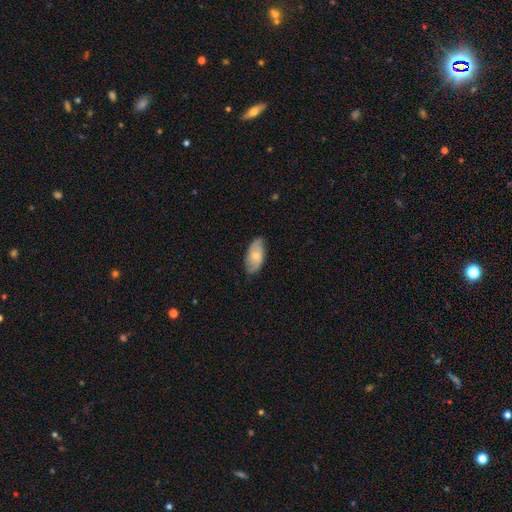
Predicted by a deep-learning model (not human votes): Smooth or featured? smooth (58%)
How rounded? in between (92%)
Merging? none (77%)